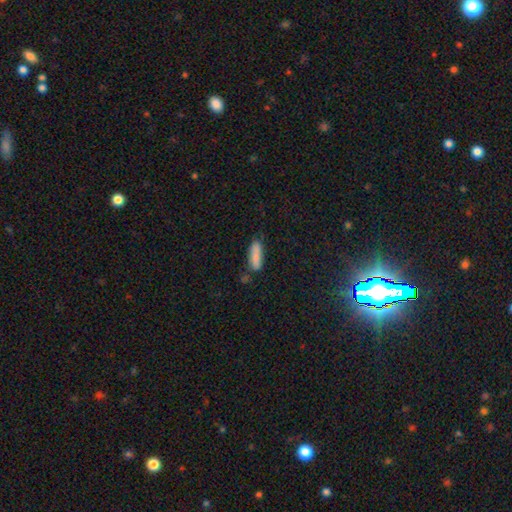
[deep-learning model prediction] Overall: smooth (85%). How rounded: cigar-shaped (59%; in between 39%). Merging: none (70%).